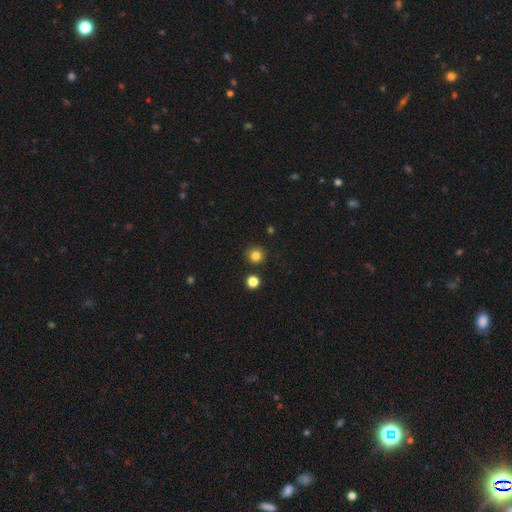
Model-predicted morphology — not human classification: Smooth or featured? smooth (82%)
How rounded? round (94%)
Merging? none (89%)